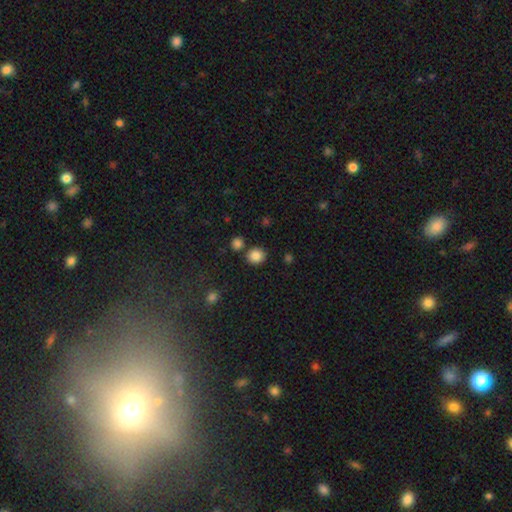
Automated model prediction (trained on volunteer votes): Morphology: type=smooth (85%); roundness=round (82%); merging=none (80%).